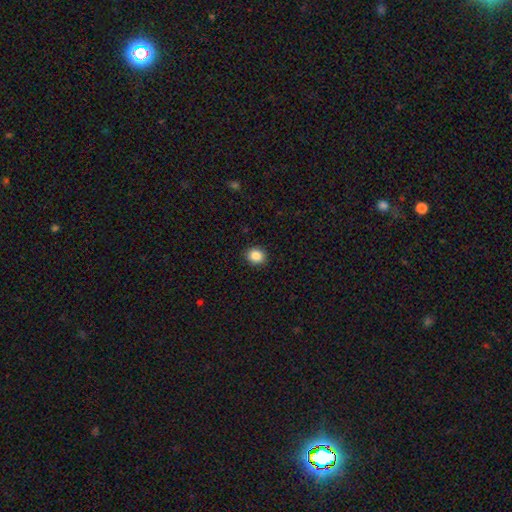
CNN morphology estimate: Q: Smooth or featured?
A: smooth (86%); runner-up: star or artifact (10%)
Q: How rounded?
A: round (79%); runner-up: in between (20%)
Q: Merging?
A: none (92%); runner-up: minor disturbance (6%)